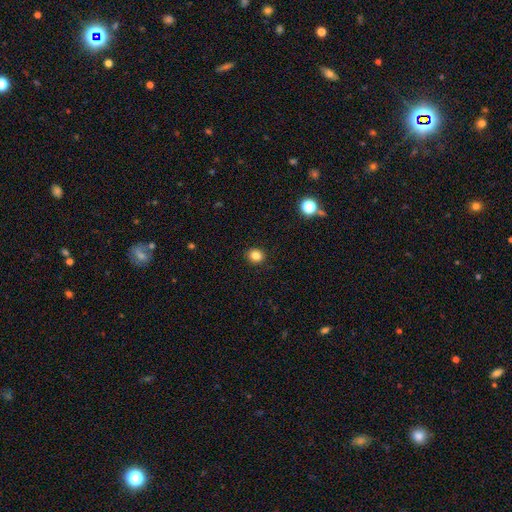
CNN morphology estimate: smooth-or-featured: smooth: 83% | star or artifact: 12% | featured or disk: 5%
  how-rounded: round: 80% | in between: 19% | cigar-shaped: 1%
  merging: none: 92% | minor disturbance: 5% | major disturbance: 2% | merger: 1%